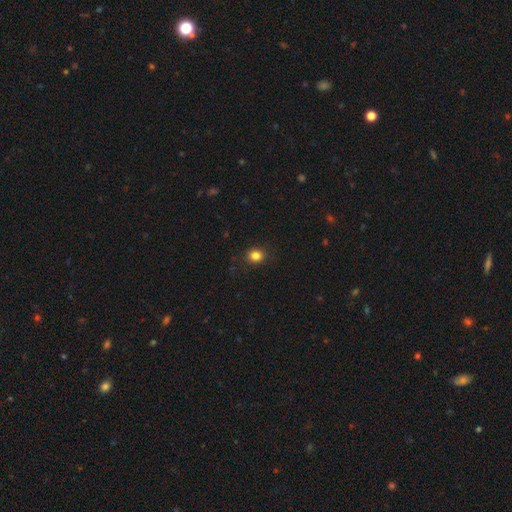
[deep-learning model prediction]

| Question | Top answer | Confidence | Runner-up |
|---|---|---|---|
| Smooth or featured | smooth | 84% | star or artifact (12%) |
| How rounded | round | 70% | in between (29%) |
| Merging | none | 88% | minor disturbance (8%) |